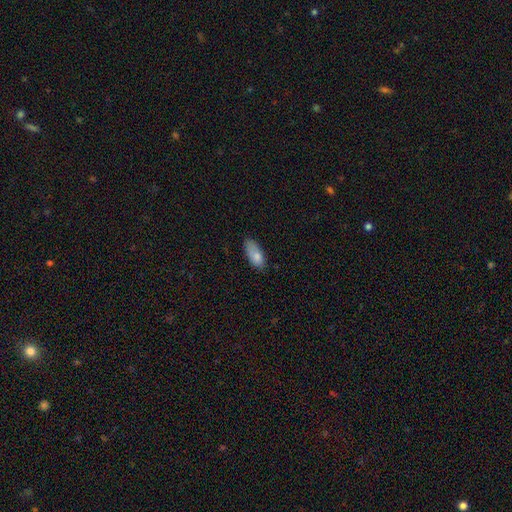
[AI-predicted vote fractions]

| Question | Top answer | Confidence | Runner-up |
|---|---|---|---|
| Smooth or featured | smooth | 81% | featured or disk (12%) |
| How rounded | in between | 85% | cigar-shaped (12%) |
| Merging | none | 62% | minor disturbance (30%) |